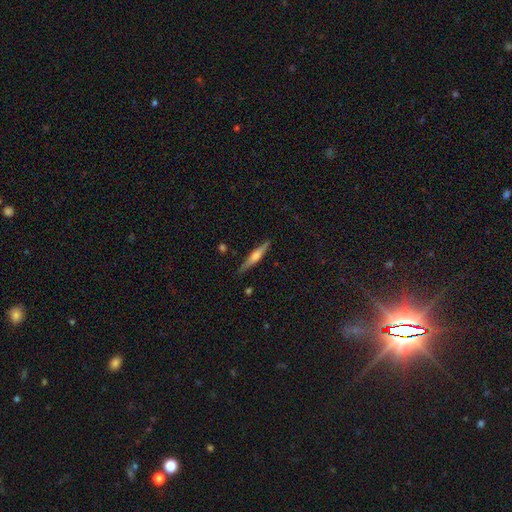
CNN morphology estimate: This is possibly a featured or disk galaxy (56%). It is clearly viewed edge-on (96%). Edge-on bulge: likely rounded (78%). Merging: clearly none (87%).